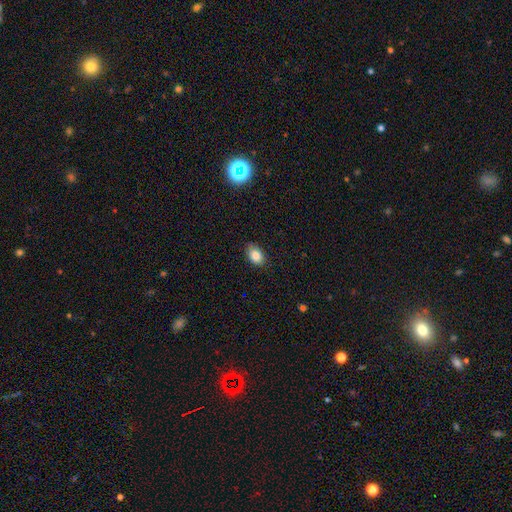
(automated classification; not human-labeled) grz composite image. It shows a smooth galaxy with no disk features (84%) that is in between round and cigar-shaped (84%). Merging: none (83%).